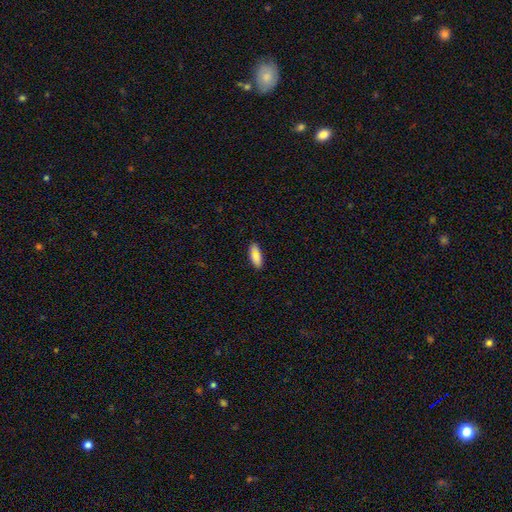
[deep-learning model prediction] smooth 81%, featured or disk 10%, star or artifact 9%. Down the decision tree: how rounded — in between (78%); merging — none (80%).